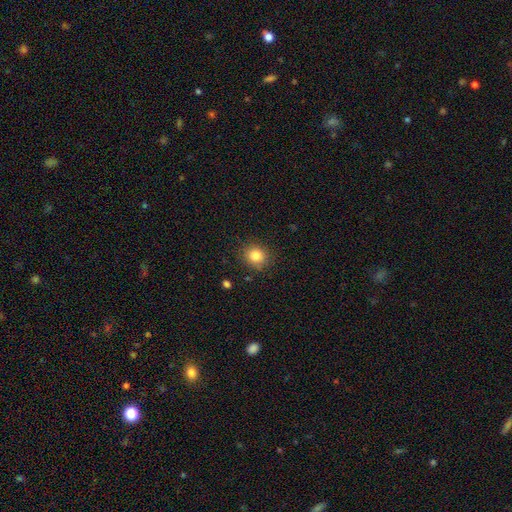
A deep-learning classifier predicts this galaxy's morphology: This appears to be a smooth galaxy with no disk features (83%) that is round (85%). Merging: none (87%).